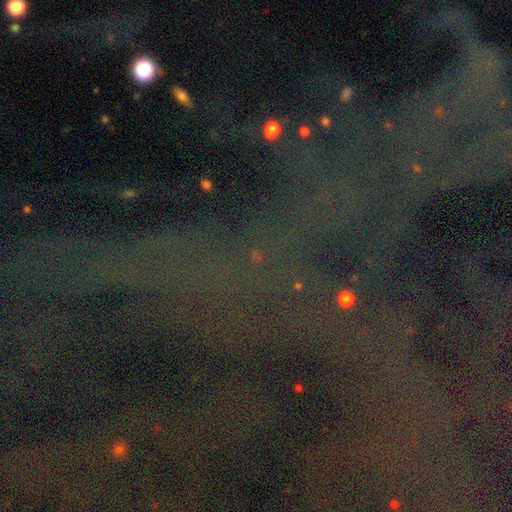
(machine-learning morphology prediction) Smooth or featured: star or artifact — 82% (featured or disk — 9%)